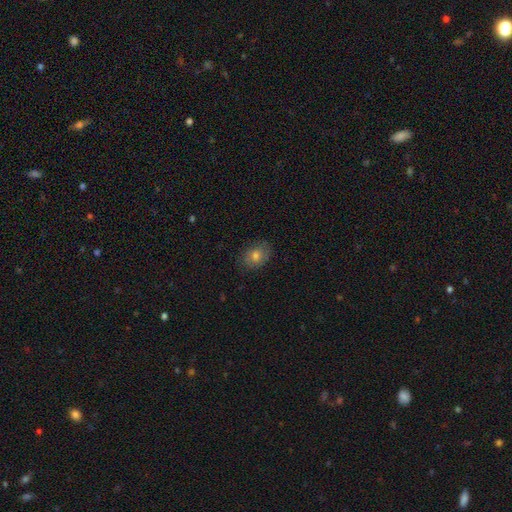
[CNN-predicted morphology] The model was most divided on "how rounded": in between: 64%, round: 35%, cigar-shaped: 1%. More confident: merging — none (81%); smooth or featured — smooth (70%).